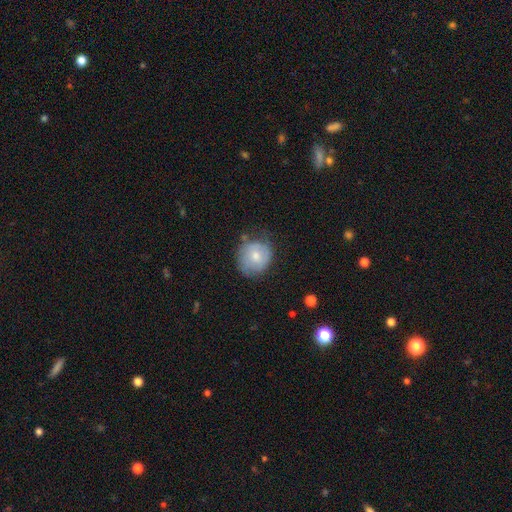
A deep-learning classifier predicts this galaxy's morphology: Smooth or featured? smooth (63%)
How rounded? round (83%)
Merging? none (59%)